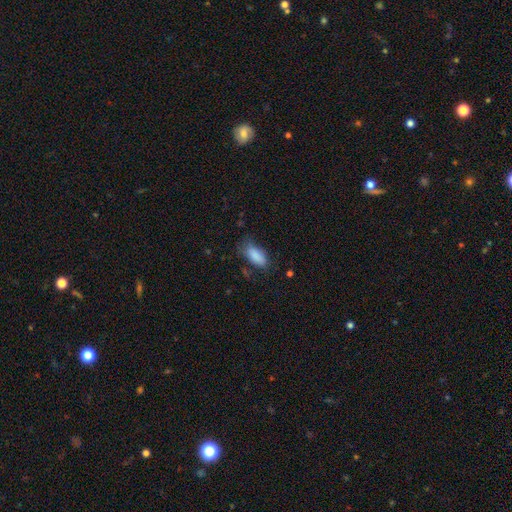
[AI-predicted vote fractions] A smooth galaxy with no disk features (86%) that is in between round and cigar-shaped (88%).

Vote fractions:
- Smooth or featured? smooth: 86% / star or artifact: 7% / featured or disk: 6%
- How rounded? in between: 88% / cigar-shaped: 9% / round: 3%
- Merging? none: 61% / minor disturbance: 27% / major disturbance: 9% / merger: 2%